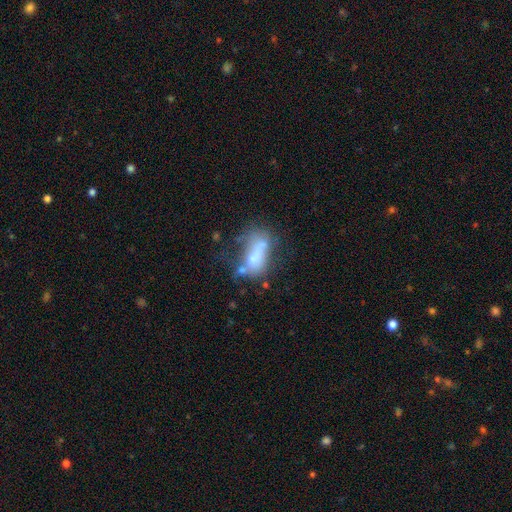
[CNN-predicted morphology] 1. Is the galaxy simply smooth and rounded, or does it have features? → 52% smooth, 37% featured or disk, 12% star or artifact.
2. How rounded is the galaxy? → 81% in between, 12% cigar-shaped, 7% round.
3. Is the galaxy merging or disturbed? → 31% major disturbance, 27% merger, 23% none, 19% minor disturbance.